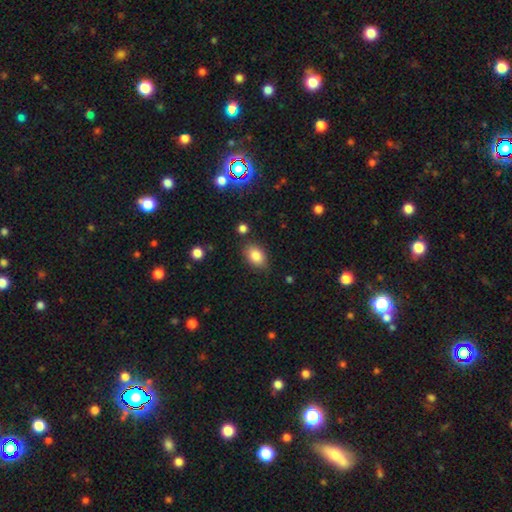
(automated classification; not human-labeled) Smooth or featured? smooth (84%)
How rounded? in between (81%)
Merging? none (81%)